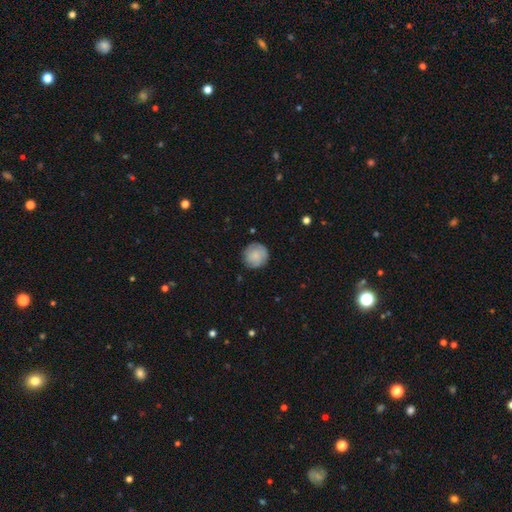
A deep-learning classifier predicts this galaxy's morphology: type=smooth (68%); roundness=round (93%); merging=none (83%).